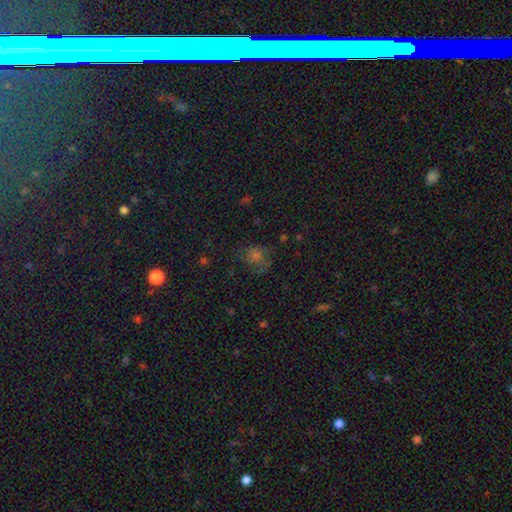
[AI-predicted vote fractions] smooth-or-featured: smooth: 53% | star or artifact: 30% | featured or disk: 18%
  how-rounded: round: 69% | in between: 29% | cigar-shaped: 1%
  merging: none: 54% | minor disturbance: 22% | major disturbance: 21% | merger: 3%